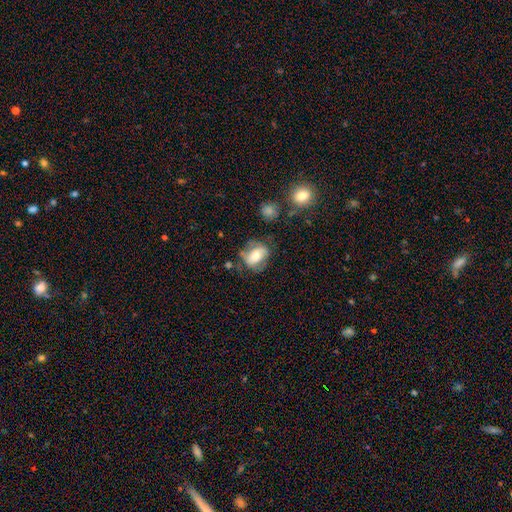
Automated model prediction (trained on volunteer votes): A smooth galaxy with no disk features (52%) that is in between round and cigar-shaped (59%). Merging: none (57%).